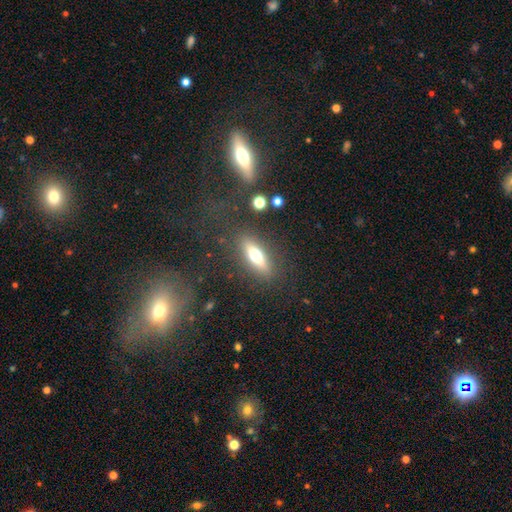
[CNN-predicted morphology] type=smooth (56%); roundness=in between (50%); merging=none (83%).